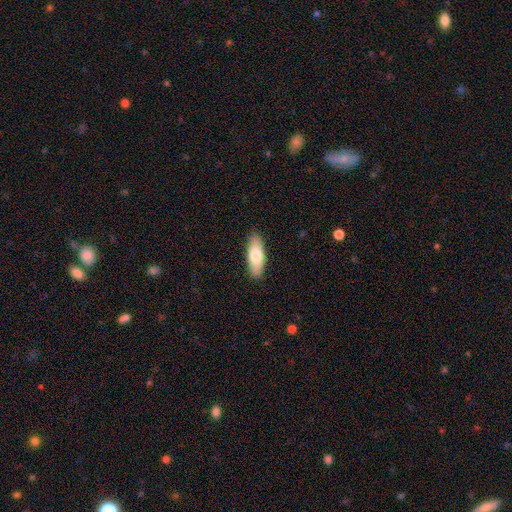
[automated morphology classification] type=smooth (78%); roundness=in between (71%); merging=none (89%).